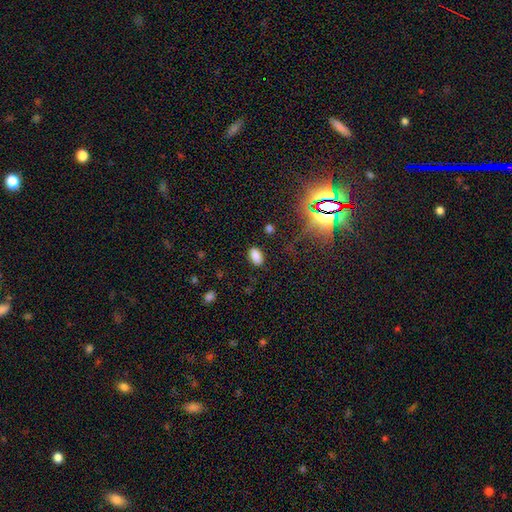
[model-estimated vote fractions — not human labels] The model was most divided on "smooth or featured": smooth: 81%, star or artifact: 14%, featured or disk: 5%. More confident: how rounded — in between (92%); merging — none (83%).